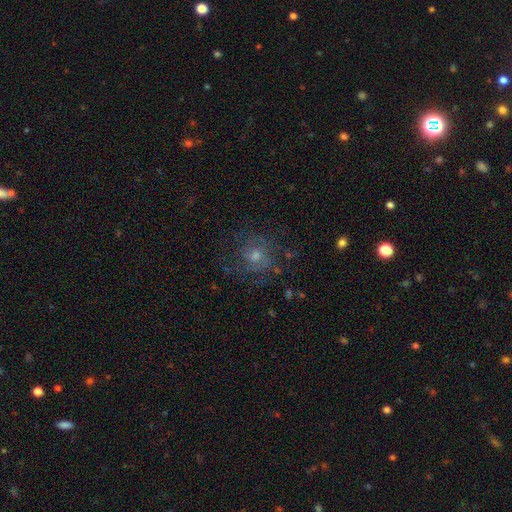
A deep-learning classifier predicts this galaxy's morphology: The model was most divided on "smooth or featured": featured or disk: 50%, smooth: 30%, star or artifact: 21%. More confident: merging — none (70%).